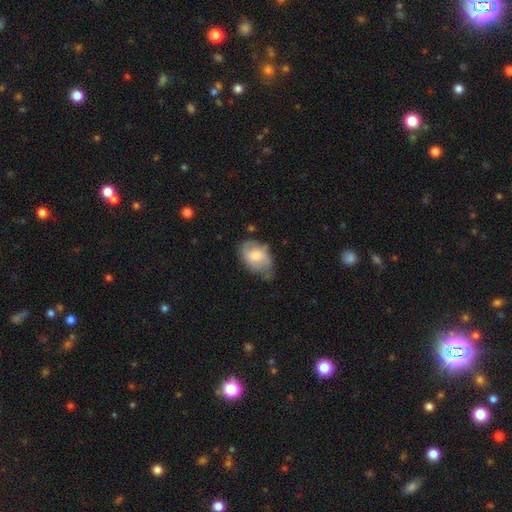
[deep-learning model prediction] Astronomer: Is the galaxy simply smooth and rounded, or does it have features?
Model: smooth — 60%.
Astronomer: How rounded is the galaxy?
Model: in between — 84%.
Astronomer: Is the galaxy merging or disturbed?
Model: none — 47% (runner-up: minor disturbance, 38%).